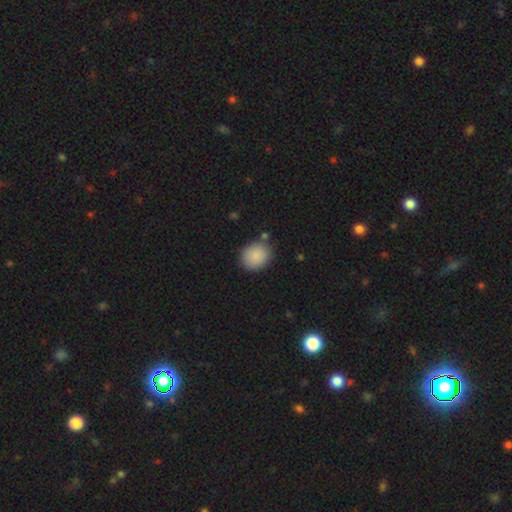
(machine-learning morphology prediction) Smooth or featured: smooth — 89% (star or artifact — 7%)
How rounded: round — 64% (in between — 35%)
Merging: none — 82% (minor disturbance — 11%)